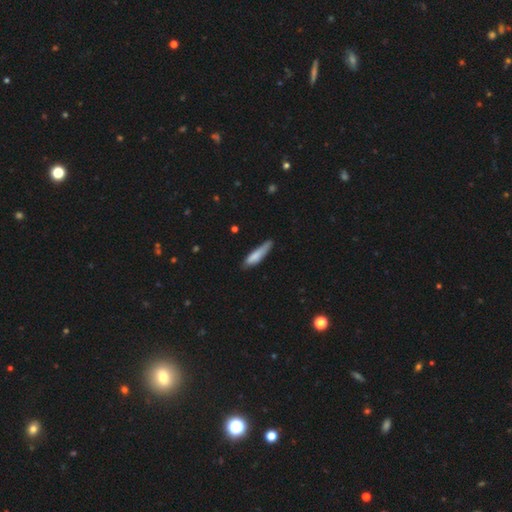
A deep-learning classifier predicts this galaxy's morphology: A smooth galaxy with no disk features (78%) that is cigar-shaped (80%).

Vote fractions:
- Smooth or featured? smooth: 78% / featured or disk: 16% / star or artifact: 6%
- How rounded? cigar-shaped: 80% / in between: 19% / round: 1%
- Merging? none: 60% / minor disturbance: 32% / major disturbance: 6% / merger: 2%